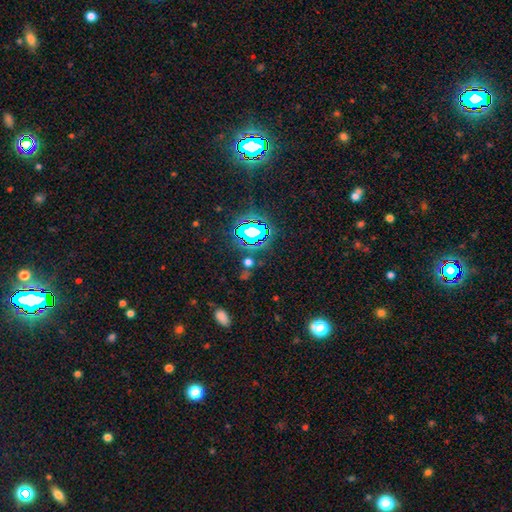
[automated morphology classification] This is likely a star or artifact rather than a galaxy (78%).